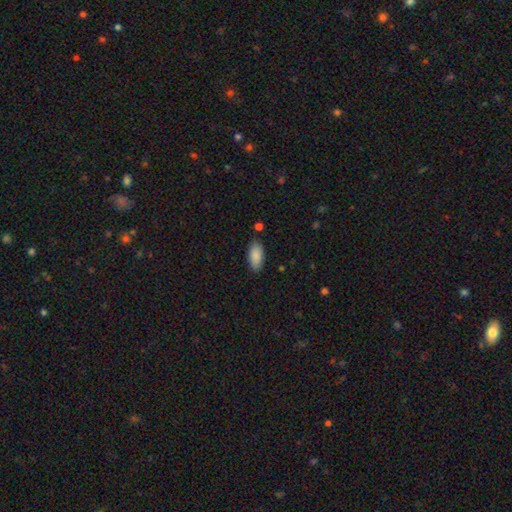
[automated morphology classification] A smooth galaxy with no disk features (88%) that is in between round and cigar-shaped (89%).

Vote fractions:
- Smooth or featured? smooth: 88% / star or artifact: 6% / featured or disk: 6%
- How rounded? in between: 89% / cigar-shaped: 10% / round: 2%
- Merging? none: 83% / minor disturbance: 12% / merger: 3% / major disturbance: 2%